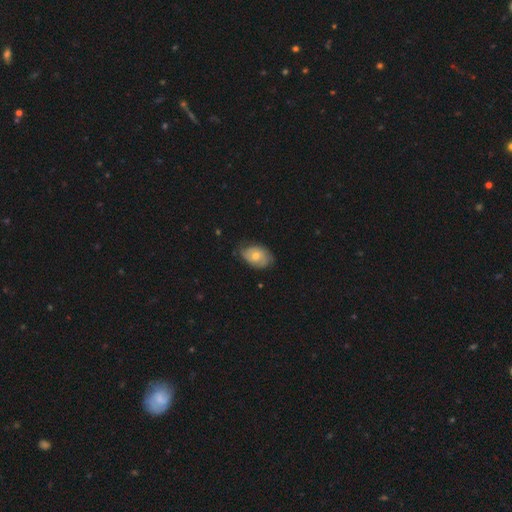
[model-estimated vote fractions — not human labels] Smooth or featured? Predicted: featured or disk (p=0.51). Edge-on disk? Predicted: no (p=0.95). Merging? Predicted: none (p=0.66).